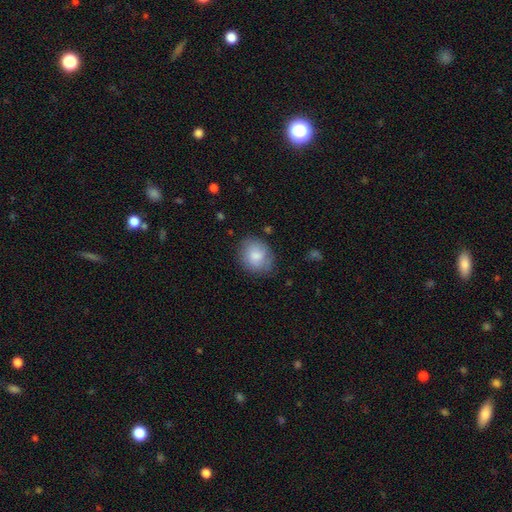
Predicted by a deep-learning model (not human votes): A smooth galaxy with no disk features (80%) that is round (58%). Merging: none (75%).